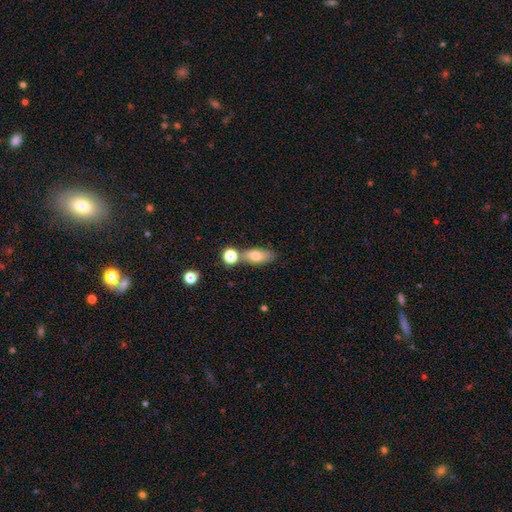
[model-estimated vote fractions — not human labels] Smooth or featured?
  - smooth: 73% *
  - featured or disk: 18%
  - star or artifact: 10%
How rounded?
  - in between: 76% *
  - cigar-shaped: 16%
  - round: 8%
Merging?
  - none: 62% *
  - merger: 19%
  - minor disturbance: 14%
  - major disturbance: 5%